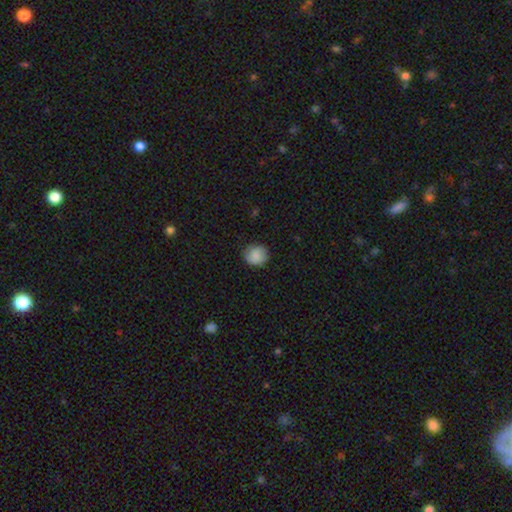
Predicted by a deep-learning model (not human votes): Overall: smooth (87%). How rounded: round (83%). Merging: none (81%).